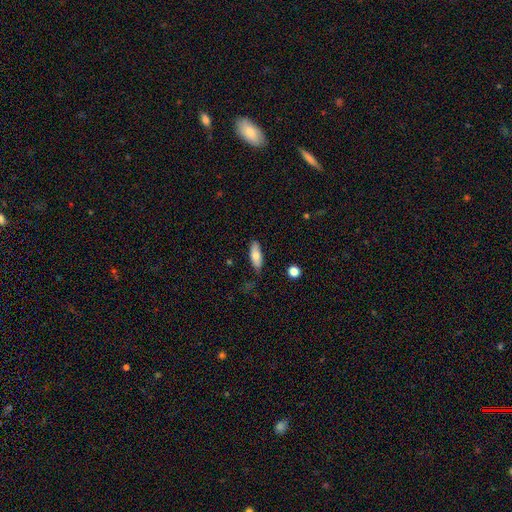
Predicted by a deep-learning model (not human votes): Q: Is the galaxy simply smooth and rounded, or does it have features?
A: smooth — 72%.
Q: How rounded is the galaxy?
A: in between — 64%.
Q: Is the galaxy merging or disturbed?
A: none — 80%.